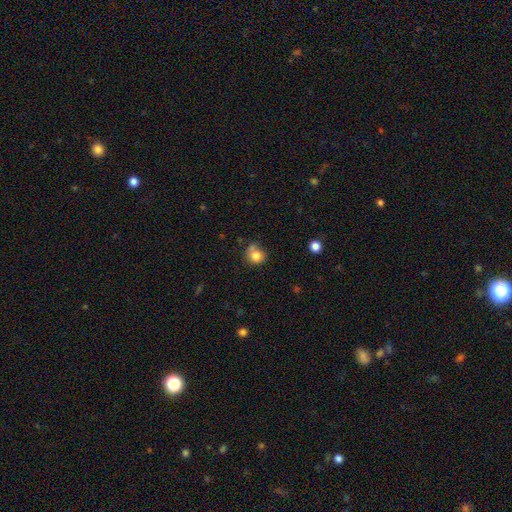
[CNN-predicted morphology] smooth_or_featured: smooth (p=0.82) [alt: star or artifact p=0.11]
how_rounded: round (p=0.83) [alt: in between p=0.17]
merging: none (p=0.57) [alt: minor disturbance p=0.22]